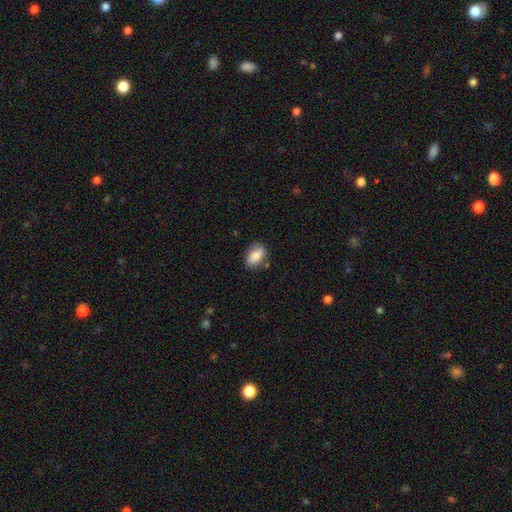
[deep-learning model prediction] A smooth galaxy with no disk features (82%) that is in between round and cigar-shaped (85%).

Vote fractions:
- Smooth or featured? smooth: 82% / featured or disk: 10% / star or artifact: 7%
- How rounded? in between: 85% / round: 12% / cigar-shaped: 3%
- Merging? none: 74% / minor disturbance: 19% / major disturbance: 4% / merger: 3%